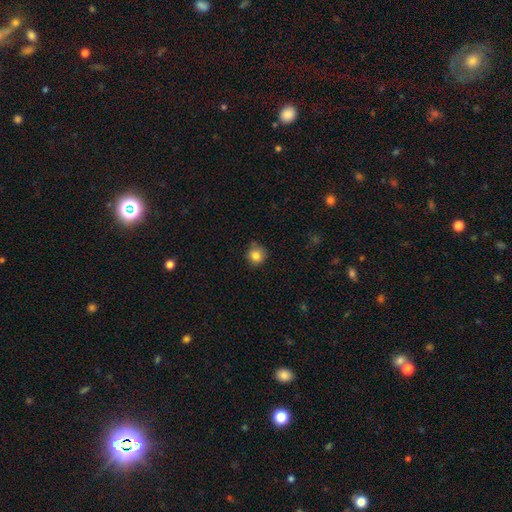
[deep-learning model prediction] smooth-or-featured: smooth: 84% | star or artifact: 10% | featured or disk: 6%
  how-rounded: round: 88% | in between: 11% | cigar-shaped: 1%
  merging: none: 75% | minor disturbance: 19% | major disturbance: 3% | merger: 3%